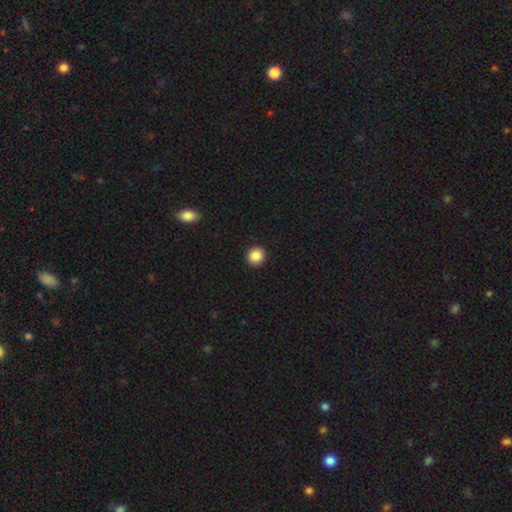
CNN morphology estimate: Overall: smooth (87%). How rounded: round (92%). Merging: none (93%).